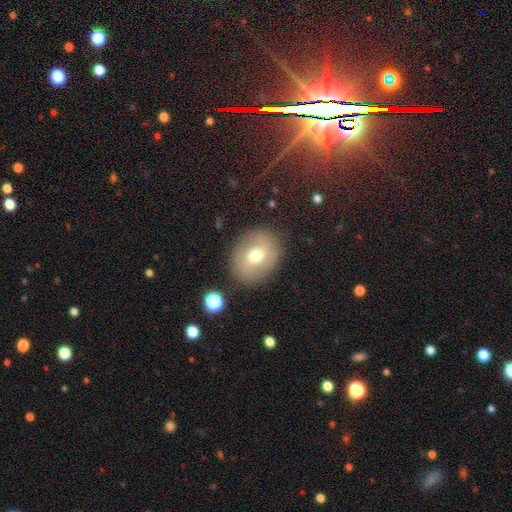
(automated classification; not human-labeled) Q: Smooth or featured?
A: smooth (60%); runner-up: featured or disk (31%)
Q: How rounded?
A: in between (50%); runner-up: round (49%)
Q: Merging?
A: none (83%); runner-up: minor disturbance (11%)